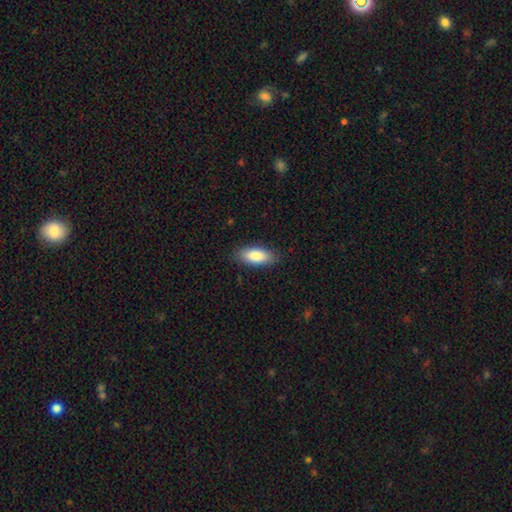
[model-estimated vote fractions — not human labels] Q: Smooth or featured?
A: smooth (86%); runner-up: featured or disk (8%)
Q: How rounded?
A: in between (84%); runner-up: cigar-shaped (14%)
Q: Merging?
A: none (86%); runner-up: minor disturbance (10%)